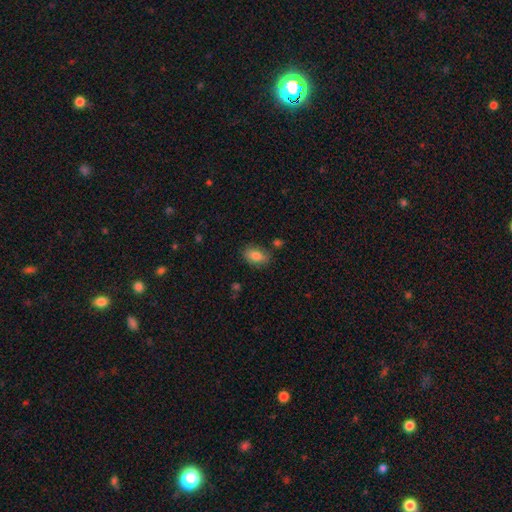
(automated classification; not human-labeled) Smooth or featured: smooth — 83% (featured or disk — 9%)
How rounded: in between — 85% (round — 13%)
Merging: none — 75% (minor disturbance — 17%)